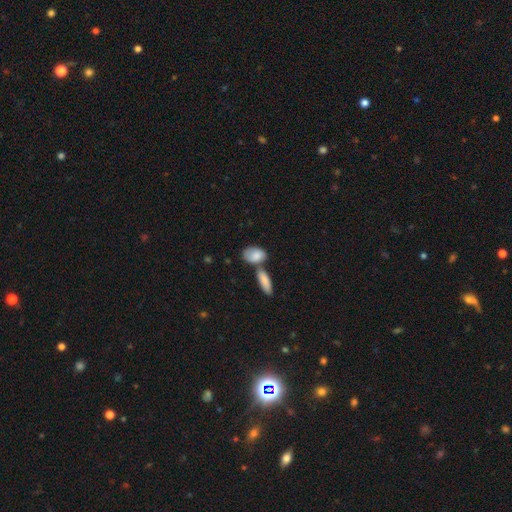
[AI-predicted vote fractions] The model was most divided on "merging": none: 40%, merger: 39%, minor disturbance: 15%, major disturbance: 6%. More confident: how rounded — in between (87%); smooth or featured — smooth (82%).